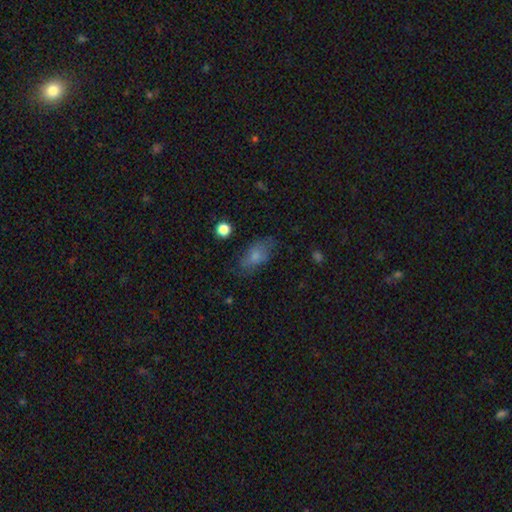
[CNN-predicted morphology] smooth_or_featured: smooth (p=0.71) [alt: featured or disk p=0.19]
how_rounded: in between (p=0.87) [alt: cigar-shaped p=0.07]
merging: none (p=0.67) [alt: minor disturbance p=0.22]